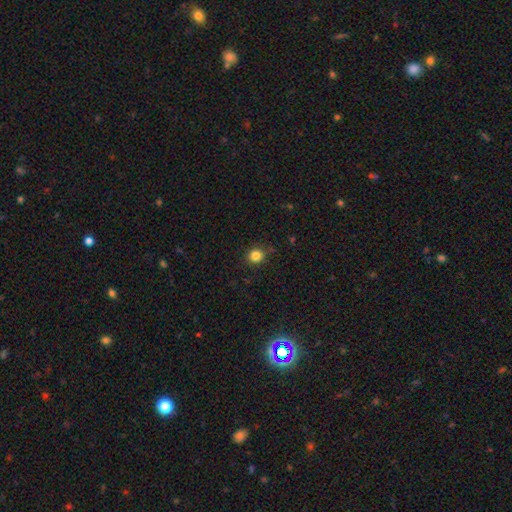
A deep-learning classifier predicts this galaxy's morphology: This is clearly a smooth galaxy (83%). How rounded: clearly round (87%). Merging: clearly none (89%).